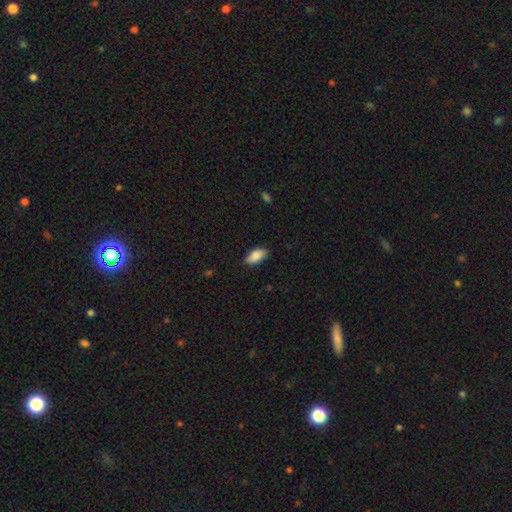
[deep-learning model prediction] Smooth or featured? Predicted: smooth (p=0.87). How rounded? Predicted: in between (p=0.92). Merging? Predicted: none (p=0.83).